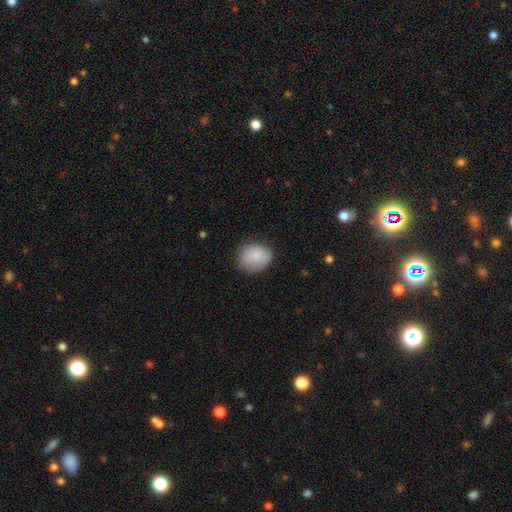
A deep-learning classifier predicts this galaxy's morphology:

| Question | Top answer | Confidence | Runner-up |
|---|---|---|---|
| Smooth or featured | smooth | 85% | featured or disk (8%) |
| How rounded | round | 56% | in between (43%) |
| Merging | none | 73% | minor disturbance (21%) |